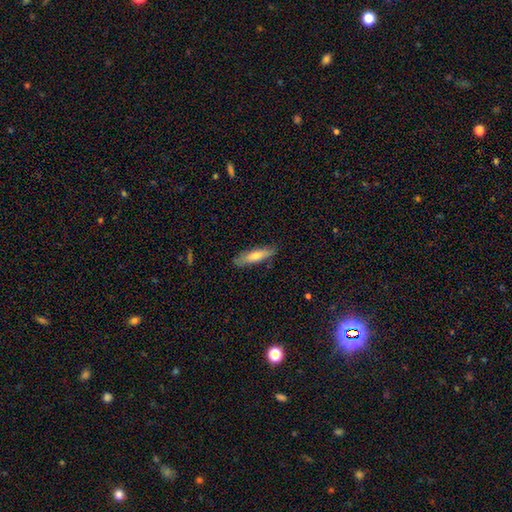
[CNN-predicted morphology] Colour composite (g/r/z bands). It shows a smooth galaxy with no disk features (57%) that is cigar-shaped (78%). Merging: none (86%).